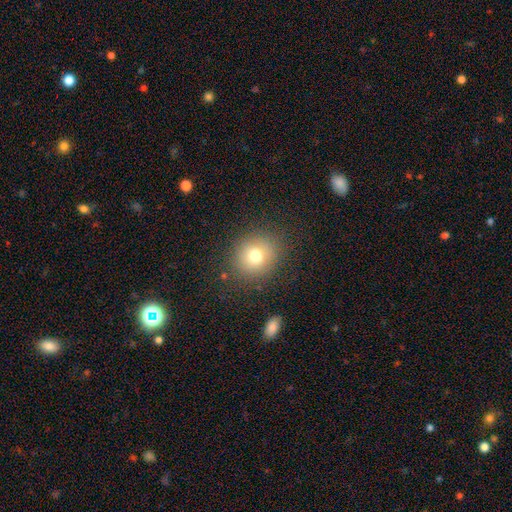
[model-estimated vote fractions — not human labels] smooth_or_featured: smooth (p=0.75) [alt: star or artifact p=0.14]
how_rounded: round (p=0.82) [alt: in between p=0.17]
merging: none (p=0.85) [alt: minor disturbance p=0.09]